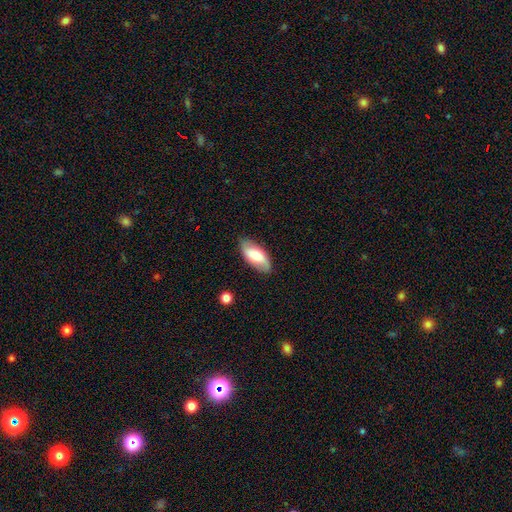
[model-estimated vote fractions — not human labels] Q: Smooth or featured?
A: smooth (58%); runner-up: featured or disk (36%)
Q: How rounded?
A: in between (90%); runner-up: cigar-shaped (8%)
Q: Merging?
A: none (82%); runner-up: minor disturbance (14%)